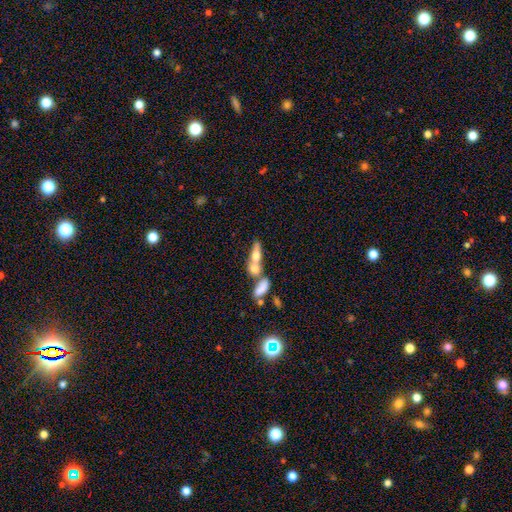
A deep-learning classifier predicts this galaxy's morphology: Q: Smooth or featured?
A: smooth (53%); runner-up: featured or disk (37%)
Q: How rounded?
A: in between (49%); runner-up: cigar-shaped (41%)
Q: Merging?
A: merger (56%); runner-up: none (30%)